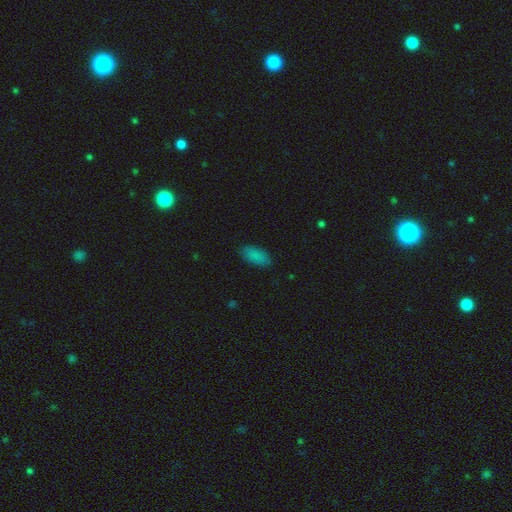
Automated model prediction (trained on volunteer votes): A smooth galaxy with no disk features (87%) that is in between round and cigar-shaped (87%). Merging: none (85%).